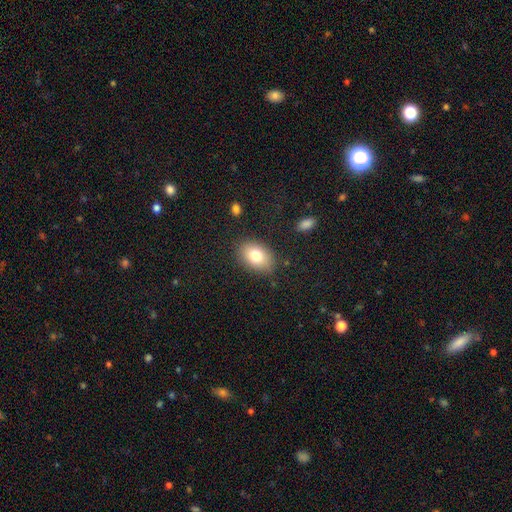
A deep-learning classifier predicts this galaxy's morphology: A smooth galaxy with no disk features (78%) that is in between round and cigar-shaped (83%). Merging: none (83%).